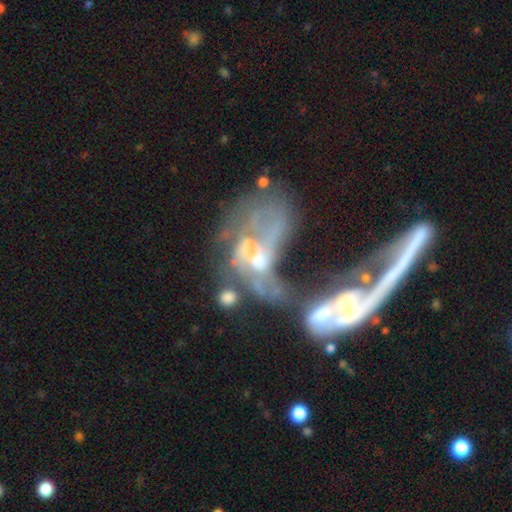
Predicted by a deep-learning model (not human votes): Smooth or featured: featured or disk — 72% (smooth — 15%)
Edge-on disk: no — 96% (yes — 4%)
Bar: no — 62% (weak — 28%)
Spiral arms: yes — 56% (no — 44%)
Bulge size: moderate — 41% (small — 26%)
Merging: merger — 60% (major disturbance — 25%)